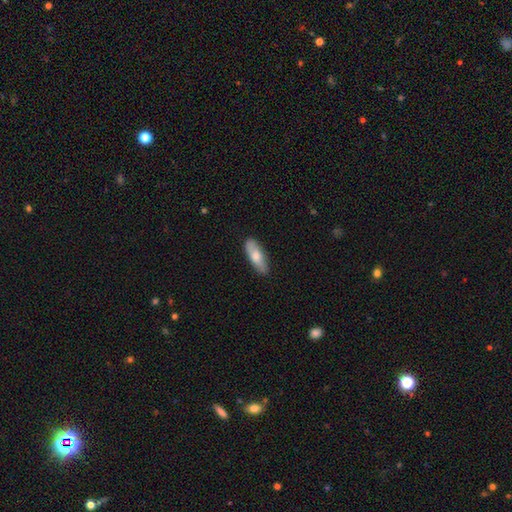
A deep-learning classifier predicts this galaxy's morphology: smooth 71%, featured or disk 23%, star or artifact 6%. Down the decision tree: how rounded — in between (61%); merging — none (83%).